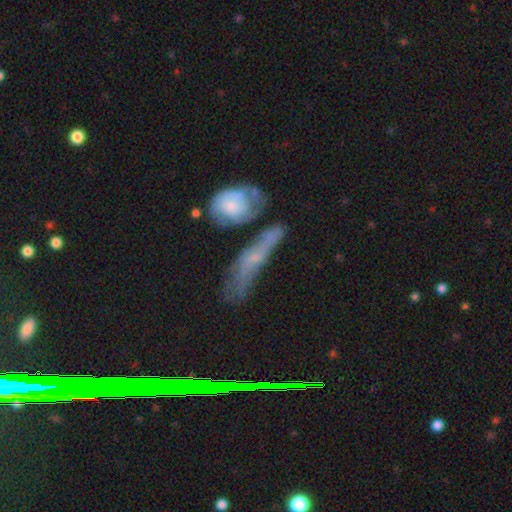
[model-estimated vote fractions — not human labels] Smooth or featured: featured or disk — 45% (smooth — 35%)
Merging: none — 51% (merger — 20%)